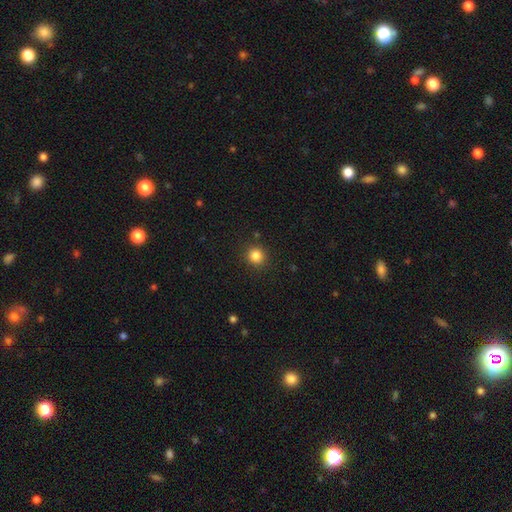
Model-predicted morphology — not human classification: Smooth or featured?
  - smooth: 84% *
  - star or artifact: 12%
  - featured or disk: 4%
How rounded?
  - round: 91% *
  - in between: 8%
  - cigar-shaped: 1%
Merging?
  - none: 90% *
  - minor disturbance: 6%
  - major disturbance: 2%
  - merger: 1%